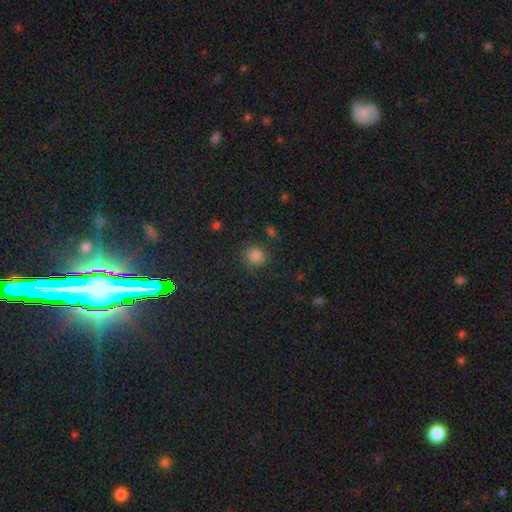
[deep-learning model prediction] A smooth galaxy with no disk features (76%) that is round (85%). Merging: none (80%).